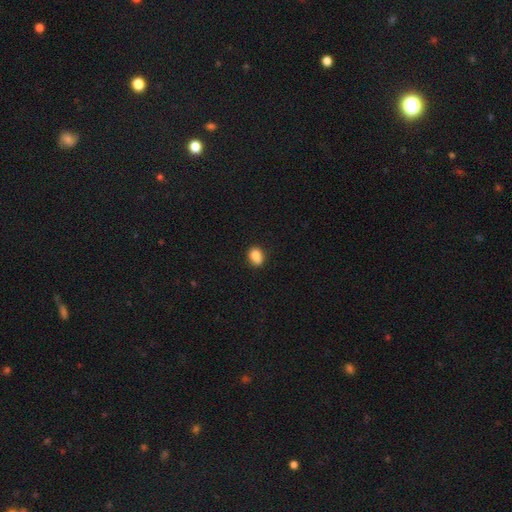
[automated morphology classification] This is clearly a smooth galaxy (84%). How rounded: likely in between (62%). Merging: likely none (77%).